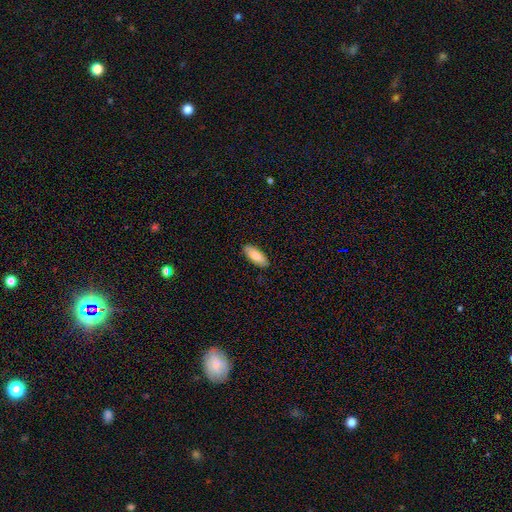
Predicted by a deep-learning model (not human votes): Smooth or featured? smooth (84%)
How rounded? in between (79%)
Merging? none (88%)